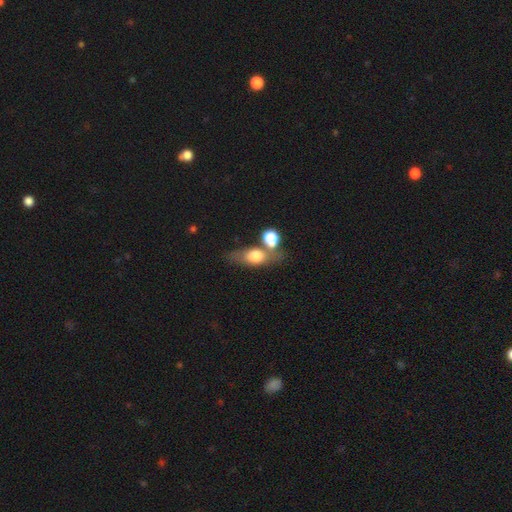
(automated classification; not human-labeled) Overall: smooth (65%; featured or disk 26%). How rounded: in between (64%). Merging: none (41%; merger 36%).